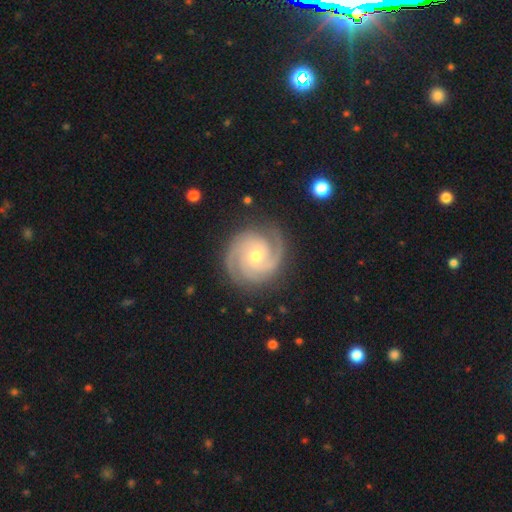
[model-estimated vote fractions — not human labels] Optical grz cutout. It shows a featured or disk galaxy (91%) with no bar (66%), 3 (46%) tight (69%) spiral arms (99%) and a small central bulge (50%). Merging: none (85%).